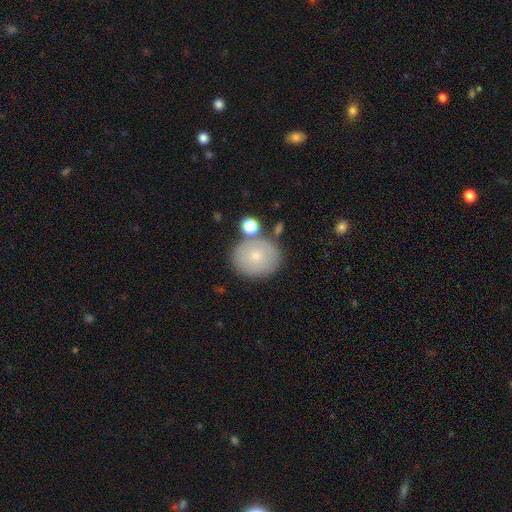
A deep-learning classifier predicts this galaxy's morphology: The model was most divided on "how rounded": round: 66%, in between: 33%, cigar-shaped: 1%. More confident: merging — none (73%); smooth or featured — smooth (71%).